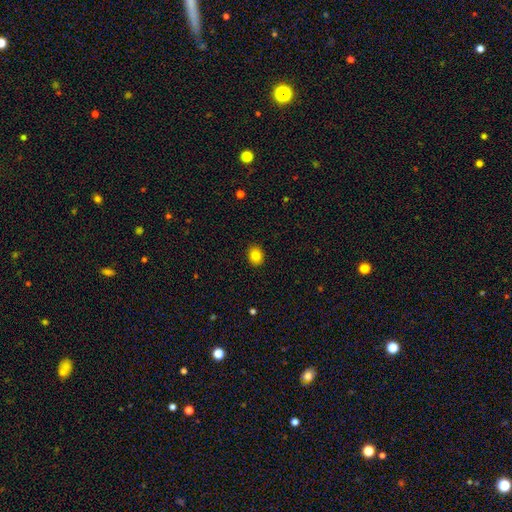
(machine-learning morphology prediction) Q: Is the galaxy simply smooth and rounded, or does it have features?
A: smooth — 83%.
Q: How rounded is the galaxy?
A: round — 54%.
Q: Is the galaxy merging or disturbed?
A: none — 91%.